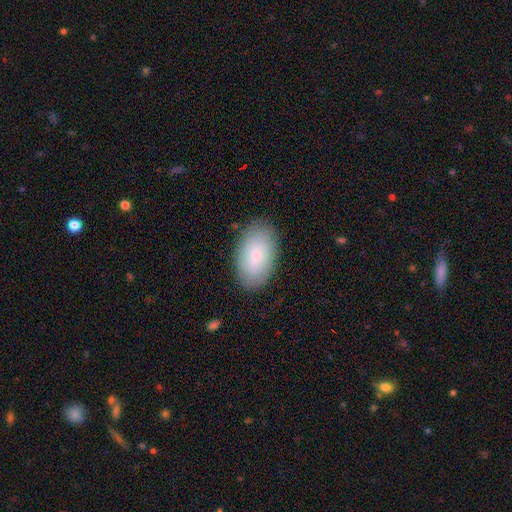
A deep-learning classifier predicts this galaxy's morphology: Overall: smooth (81%). How rounded: in between (95%). Merging: none (85%).